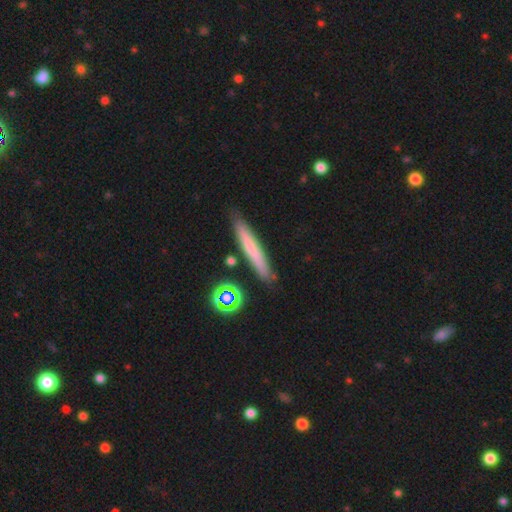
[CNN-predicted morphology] smooth 66%, featured or disk 26%, star or artifact 9%. Down the decision tree: how rounded — cigar-shaped (92%); merging — none (84%).